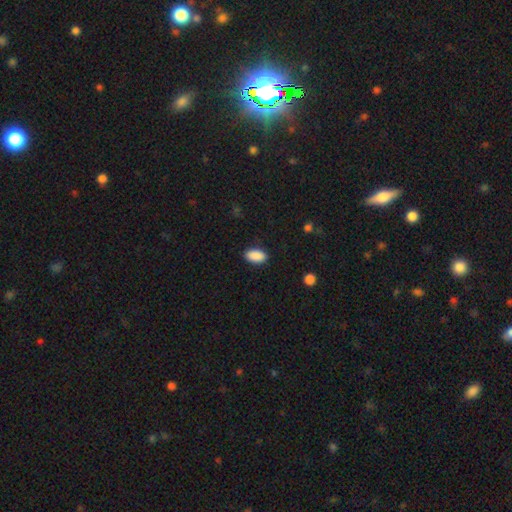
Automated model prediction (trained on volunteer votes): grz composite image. It shows a smooth galaxy with no disk features (90%) that is in between round and cigar-shaped (94%). Merging: none (88%).